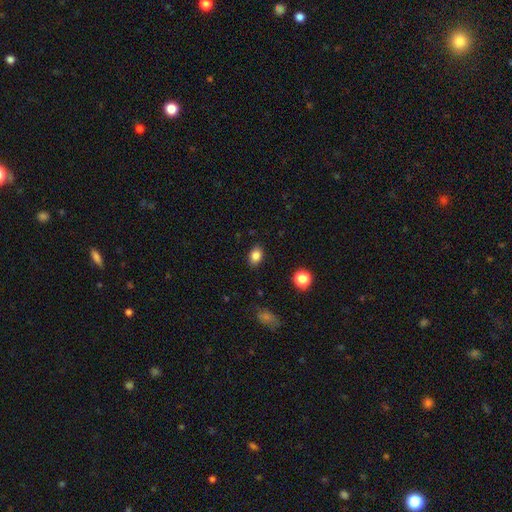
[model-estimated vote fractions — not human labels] Smooth or featured? Predicted: smooth (p=0.84). How rounded? Predicted: in between (p=0.77). Merging? Predicted: none (p=0.86).